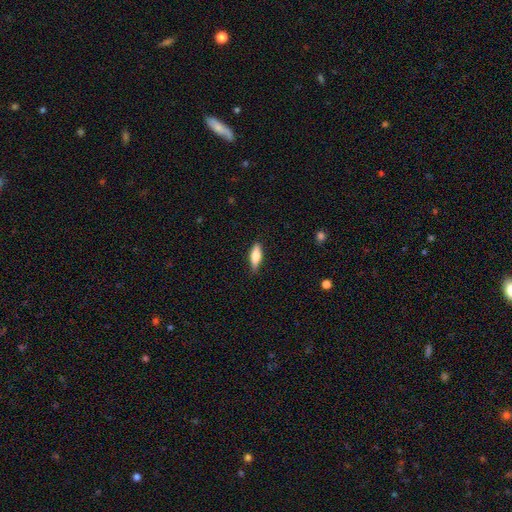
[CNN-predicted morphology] smooth_or_featured: smooth (p=0.70) [alt: featured or disk p=0.24]
how_rounded: in between (p=0.55) [alt: cigar-shaped p=0.42]
merging: none (p=0.82) [alt: minor disturbance p=0.14]